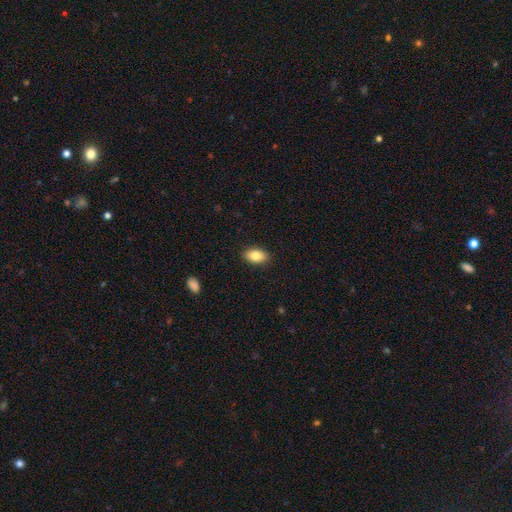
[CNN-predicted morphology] Smooth or featured?
  - smooth: 84% *
  - featured or disk: 9%
  - star or artifact: 7%
How rounded?
  - in between: 92% *
  - round: 6%
  - cigar-shaped: 2%
Merging?
  - none: 89% *
  - minor disturbance: 8%
  - major disturbance: 2%
  - merger: 1%